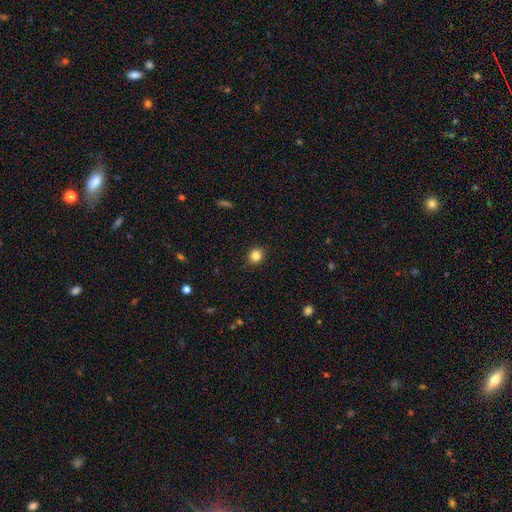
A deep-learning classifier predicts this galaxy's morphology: The model was most divided on "how rounded": round: 80%, in between: 19%, cigar-shaped: 1%. More confident: merging — none (88%); smooth or featured — smooth (84%).